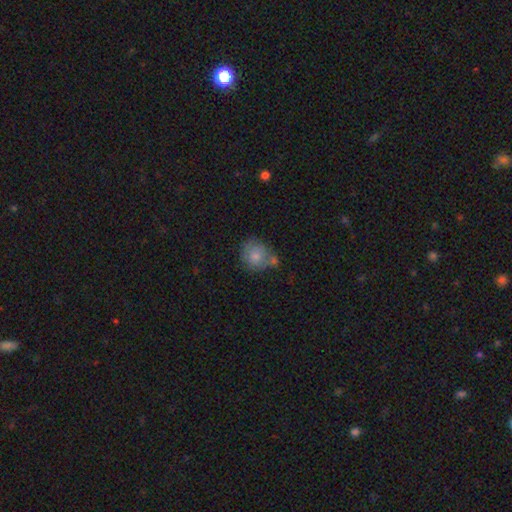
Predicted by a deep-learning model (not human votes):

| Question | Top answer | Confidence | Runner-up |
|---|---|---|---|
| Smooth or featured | smooth | 77% | featured or disk (15%) |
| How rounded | round | 77% | in between (22%) |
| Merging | none | 46% | merger (25%) |